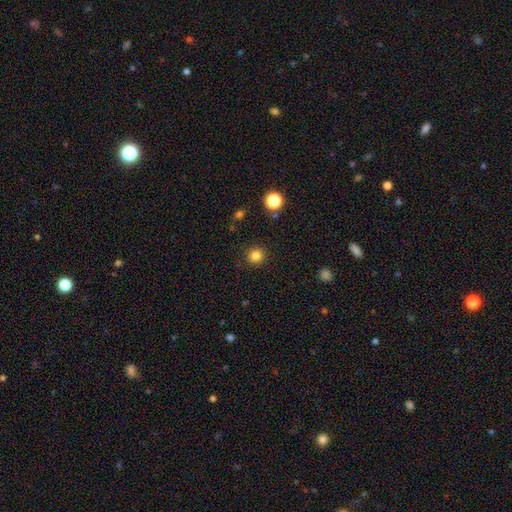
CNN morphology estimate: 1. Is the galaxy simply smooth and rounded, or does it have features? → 83% smooth, 13% star or artifact, 4% featured or disk.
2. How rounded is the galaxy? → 92% round, 7% in between, 1% cigar-shaped.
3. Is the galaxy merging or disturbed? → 90% none, 6% minor disturbance, 2% major disturbance, 1% merger.